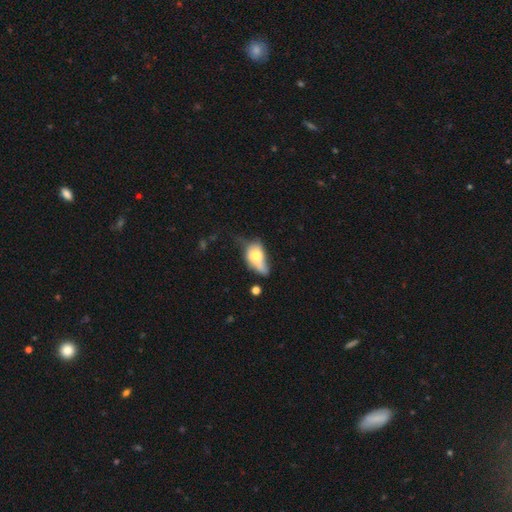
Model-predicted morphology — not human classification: Smooth or featured? Predicted: smooth (p=0.62). How rounded? Predicted: in between (p=0.82). Merging? Predicted: major disturbance (p=0.33).